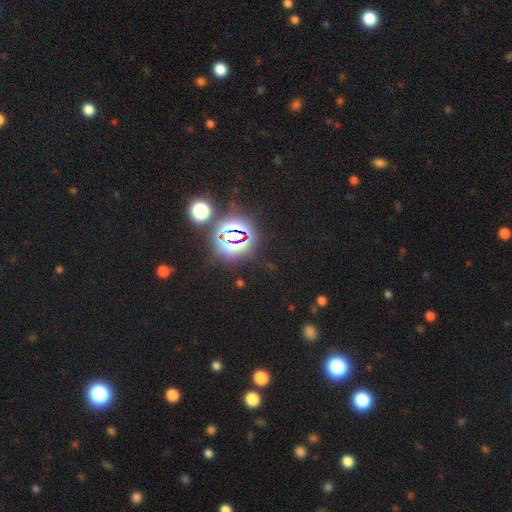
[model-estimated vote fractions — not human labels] This is likely a star or artifact rather than a galaxy (78%).